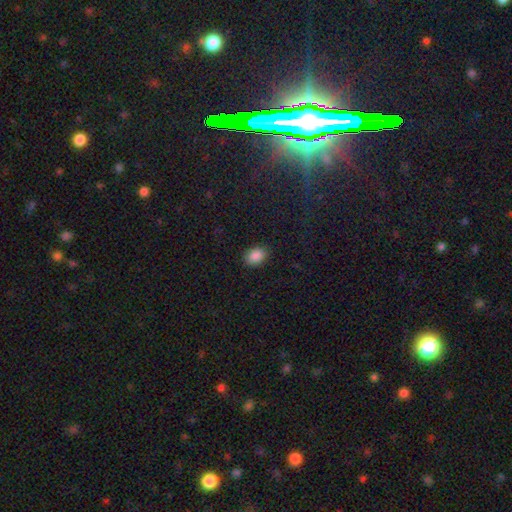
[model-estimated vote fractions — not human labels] The model was most divided on "how rounded": in between: 74%, round: 25%, cigar-shaped: 1%. More confident: merging — none (88%); smooth or featured — smooth (88%).